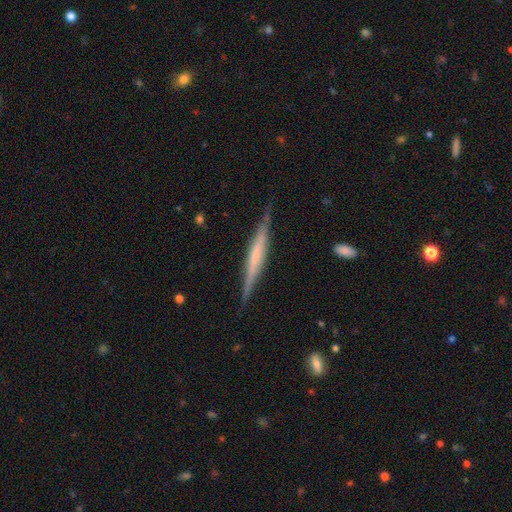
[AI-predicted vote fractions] Smooth or featured? Predicted: featured or disk (p=0.64). Edge-on disk? Predicted: yes (p=0.97). Edge-on bulge? Predicted: none (p=0.57). Merging? Predicted: none (p=0.85).